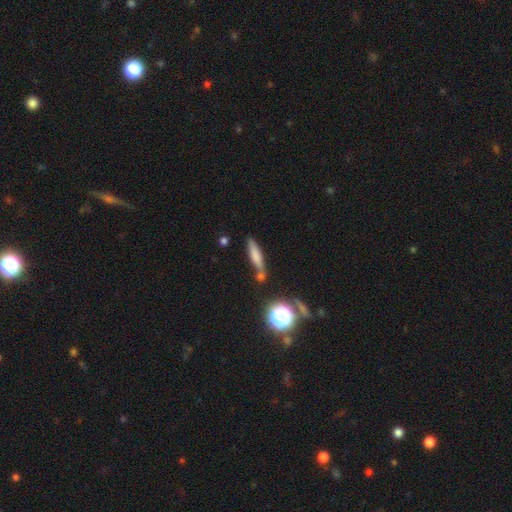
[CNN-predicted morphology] The model was most divided on "smooth or featured": smooth: 63%, featured or disk: 24%, star or artifact: 14%. More confident: how rounded — cigar-shaped (76%); merging — none (63%).